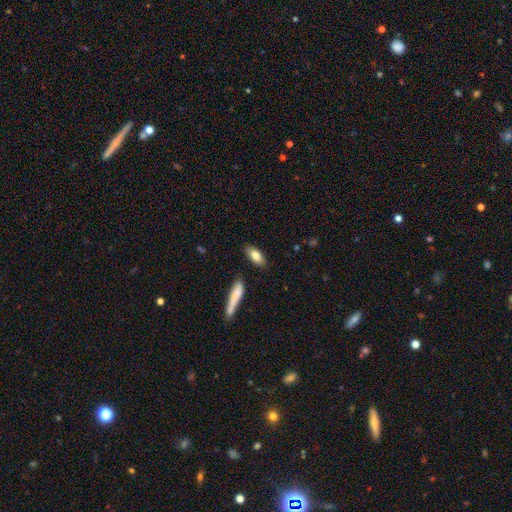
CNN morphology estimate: A smooth galaxy with no disk features (80%) that is in between round and cigar-shaped (77%).

Vote fractions:
- Smooth or featured? smooth: 80% / featured or disk: 14% / star or artifact: 7%
- How rounded? in between: 77% / cigar-shaped: 21% / round: 2%
- Merging? none: 83% / minor disturbance: 11% / merger: 3% / major disturbance: 3%